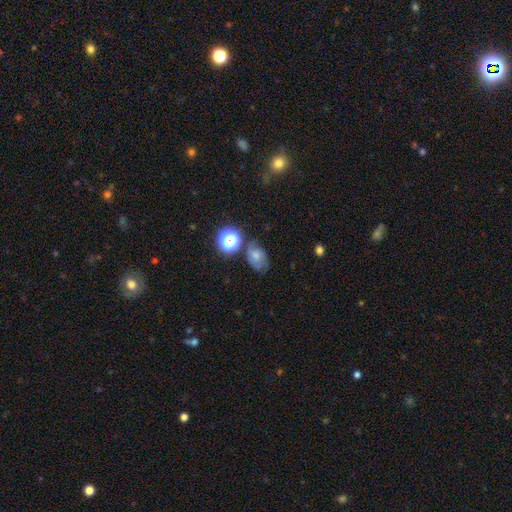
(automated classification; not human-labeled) Overall: smooth (54%; featured or disk 28%). How rounded: in between (62%; round 36%). Merging: none (52%; minor disturbance 28%).